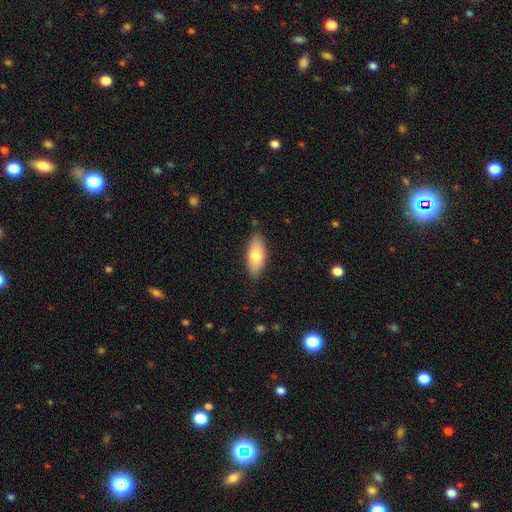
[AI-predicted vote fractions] This is likely a smooth galaxy (75%). How rounded: clearly in between (83%). Merging: clearly none (83%).